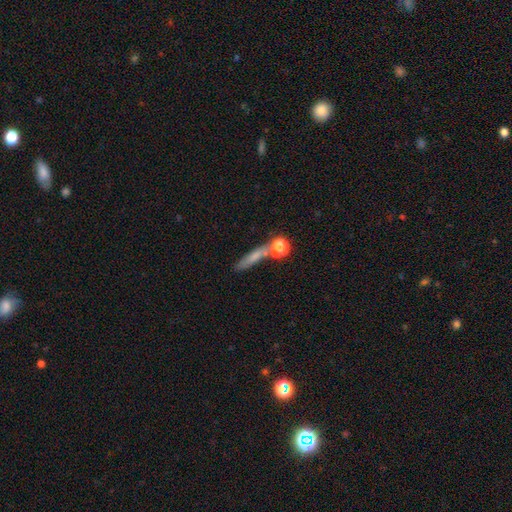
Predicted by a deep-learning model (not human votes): smooth 56%, featured or disk 26%, star or artifact 17%. Down the decision tree: how rounded — cigar-shaped (72%); merging — none (66%).